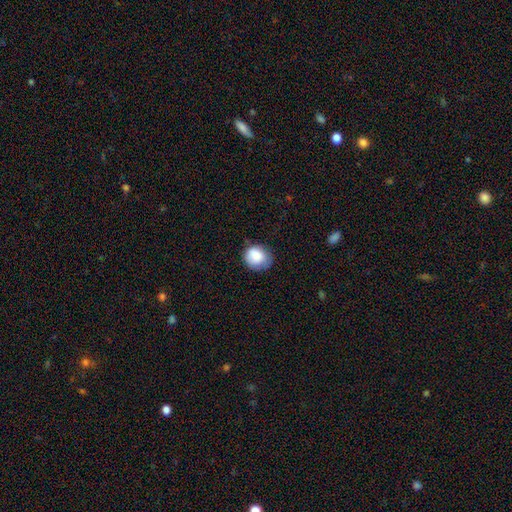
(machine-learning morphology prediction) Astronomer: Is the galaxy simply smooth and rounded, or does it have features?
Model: smooth — 85%.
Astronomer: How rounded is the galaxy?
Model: round — 73%.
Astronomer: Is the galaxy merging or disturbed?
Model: none — 60%.